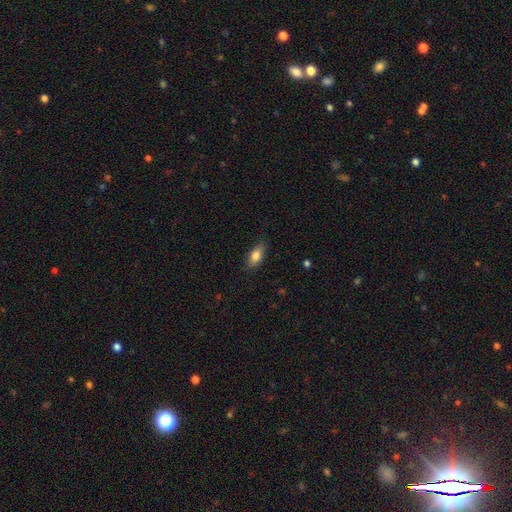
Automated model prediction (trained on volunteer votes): Overall: smooth (80%). How rounded: in between (84%). Merging: none (83%).